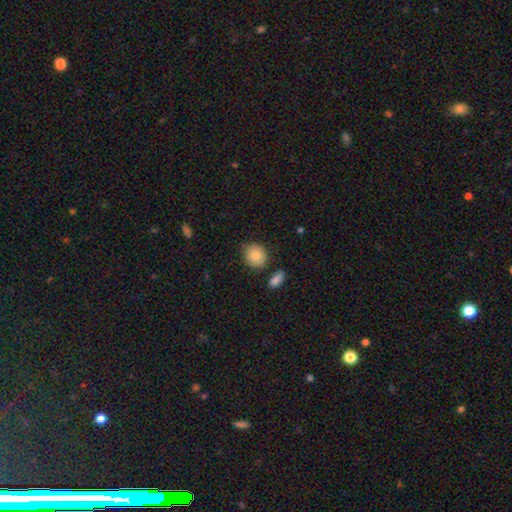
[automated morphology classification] A smooth galaxy with no disk features (86%) that is round (80%).

Vote fractions:
- Smooth or featured? smooth: 86% / star or artifact: 7% / featured or disk: 7%
- How rounded? round: 80% / in between: 18% / cigar-shaped: 1%
- Merging? none: 81% / minor disturbance: 11% / merger: 5% / major disturbance: 3%